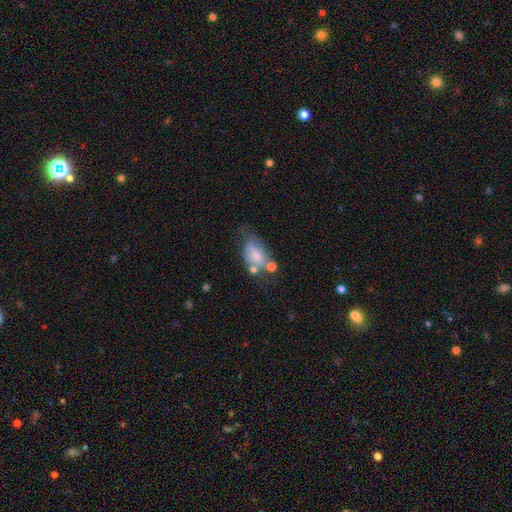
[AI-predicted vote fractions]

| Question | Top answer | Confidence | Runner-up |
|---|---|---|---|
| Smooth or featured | smooth | 65% | featured or disk (26%) |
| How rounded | in between | 88% | round (8%) |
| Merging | none | 33% | minor disturbance (27%) |